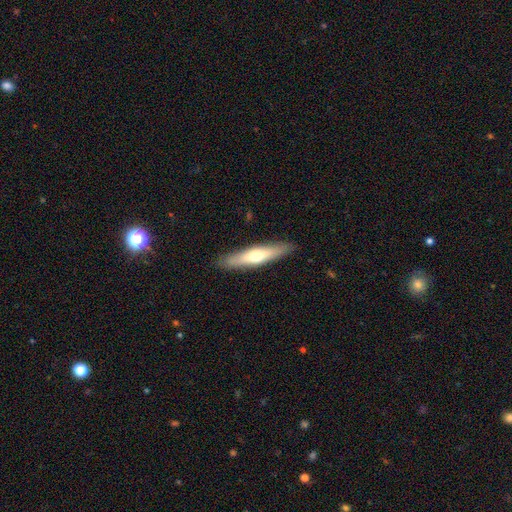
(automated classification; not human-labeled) Smooth or featured? smooth (50%)
Merging? none (89%)